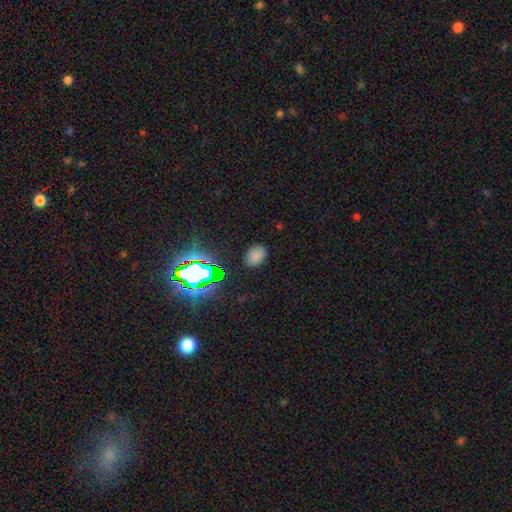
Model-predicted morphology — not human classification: The model was most divided on "how rounded": in between: 75%, round: 24%, cigar-shaped: 1%. More confident: merging — none (82%); smooth or featured — smooth (72%).